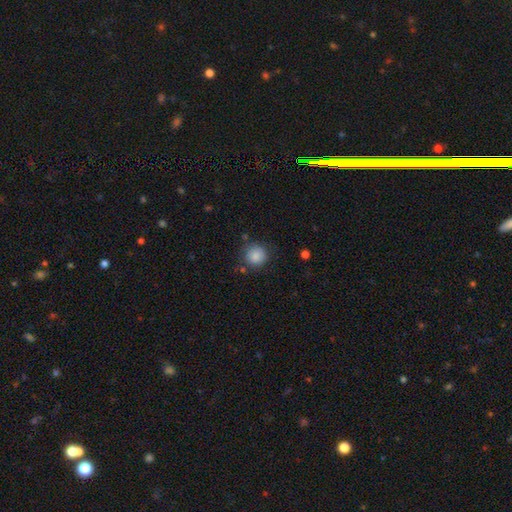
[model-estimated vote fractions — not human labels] This is clearly a smooth galaxy (86%). How rounded: clearly round (91%). Merging: likely none (79%).